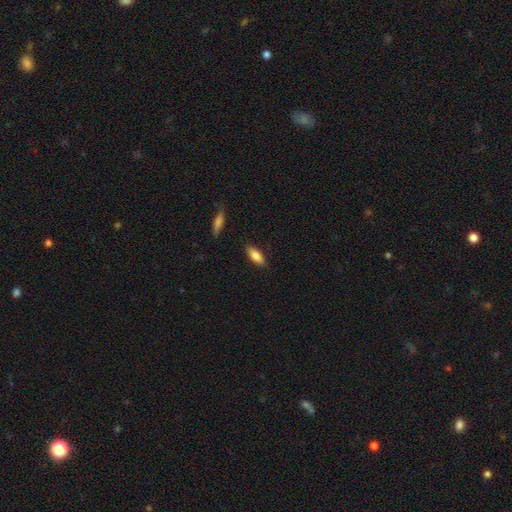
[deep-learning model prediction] This appears to be a smooth galaxy with no disk features (86%) that is in between round and cigar-shaped (76%). Merging: none (87%).